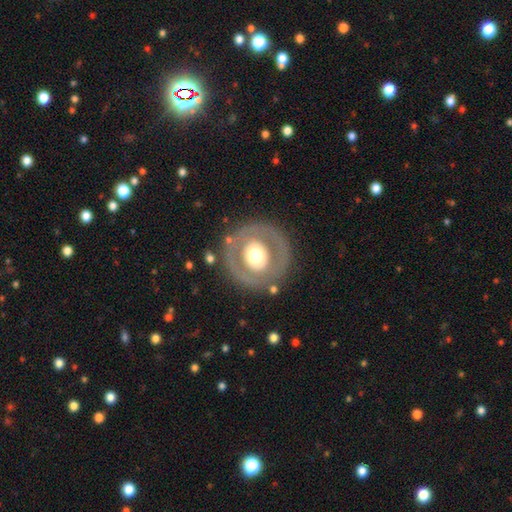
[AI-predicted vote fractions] This is possibly a featured or disk galaxy (52%). It is clearly not viewed edge-on (95%). Merging: likely none (79%).